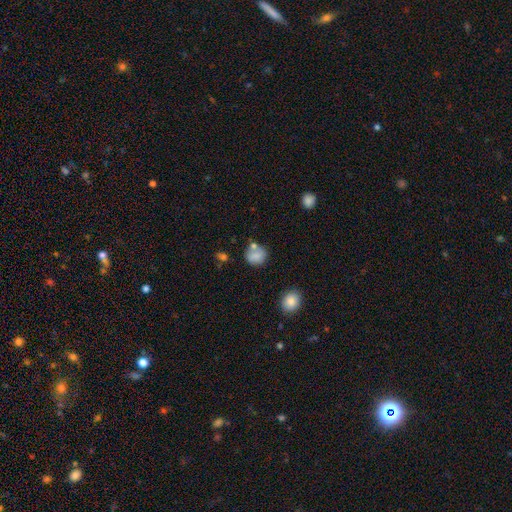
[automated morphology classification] Smooth or featured? Predicted: smooth (p=0.77). How rounded? Predicted: round (p=0.77). Merging? Predicted: none (p=0.60).